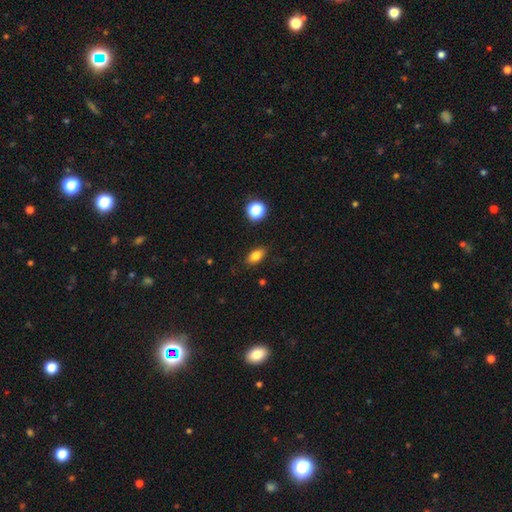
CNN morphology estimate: Overall: smooth (81%). How rounded: in between (84%). Merging: none (86%).